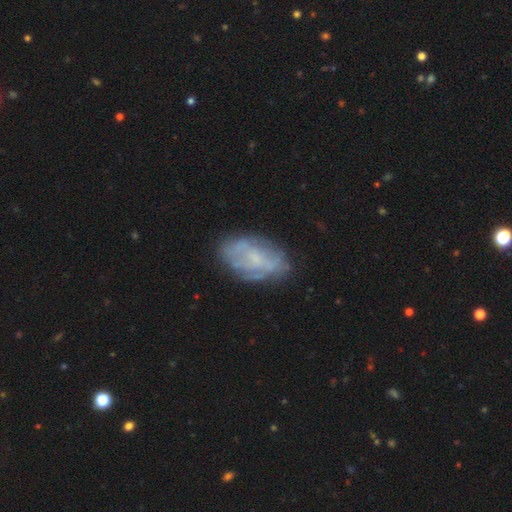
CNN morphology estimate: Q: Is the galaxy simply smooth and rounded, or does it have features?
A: featured or disk — 52%.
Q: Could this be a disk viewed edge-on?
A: no — 93%.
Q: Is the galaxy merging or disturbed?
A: none — 75%.